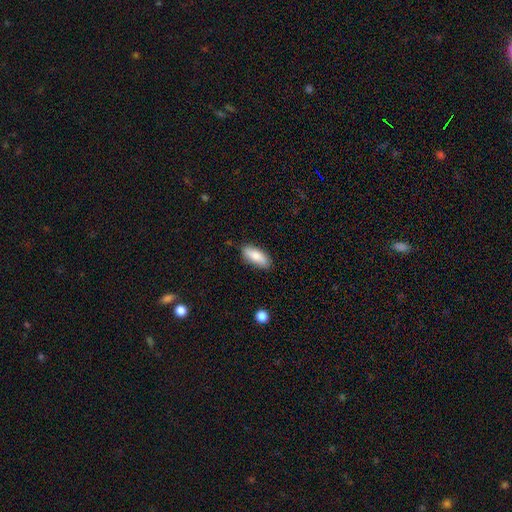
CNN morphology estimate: Smooth or featured?
  - smooth: 82% *
  - featured or disk: 12%
  - star or artifact: 6%
How rounded?
  - in between: 78% *
  - cigar-shaped: 20%
  - round: 2%
Merging?
  - none: 83% *
  - minor disturbance: 13%
  - major disturbance: 2%
  - merger: 2%